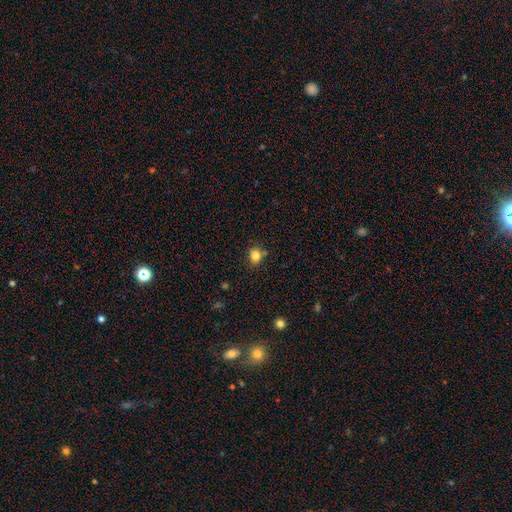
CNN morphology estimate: This appears to be a smooth galaxy with no disk features (82%) that is round (71%). Merging: none (76%).